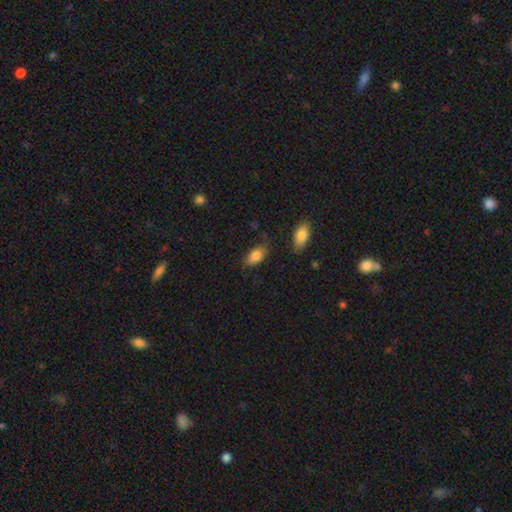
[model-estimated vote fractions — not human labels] Overall: smooth (85%). How rounded: in between (91%). Merging: none (74%).